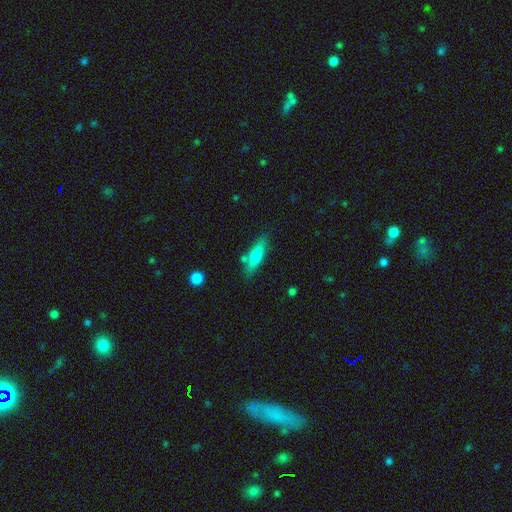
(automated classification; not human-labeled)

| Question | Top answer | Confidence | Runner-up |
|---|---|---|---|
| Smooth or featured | smooth | 66% | featured or disk (27%) |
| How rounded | cigar-shaped | 64% | in between (34%) |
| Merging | none | 76% | minor disturbance (14%) |